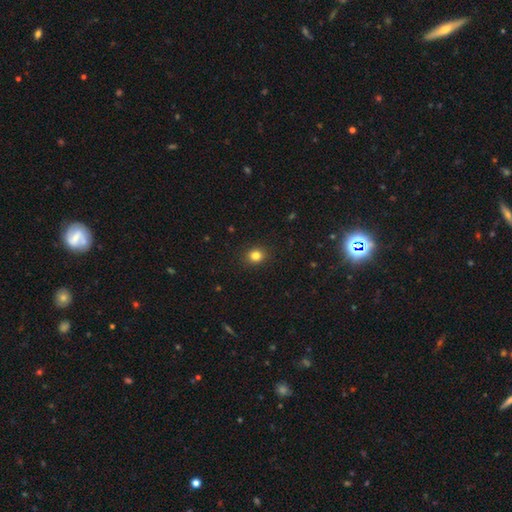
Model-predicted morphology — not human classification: This is clearly a smooth galaxy (82%). How rounded: likely round (68%). Merging: clearly none (90%).